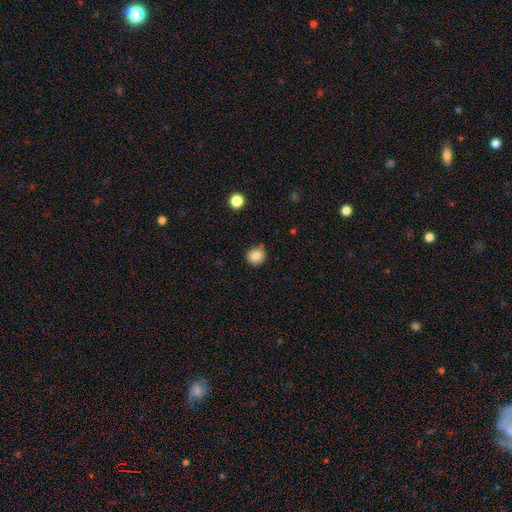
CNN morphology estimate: Q: Smooth or featured?
A: smooth (85%); runner-up: star or artifact (10%)
Q: How rounded?
A: round (90%); runner-up: in between (9%)
Q: Merging?
A: none (80%); runner-up: minor disturbance (14%)